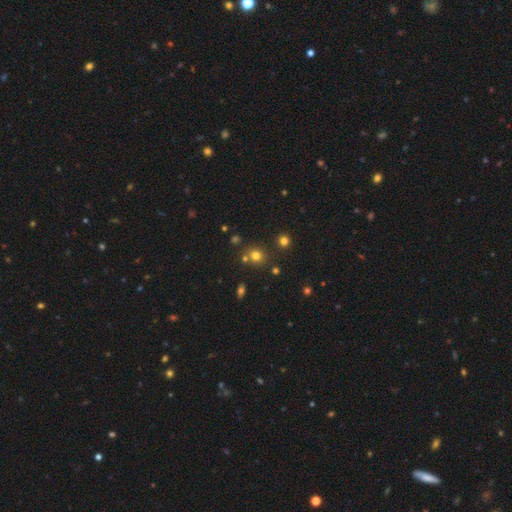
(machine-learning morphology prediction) A smooth galaxy with no disk features (70%) that is round (84%). Merging: none (76%).